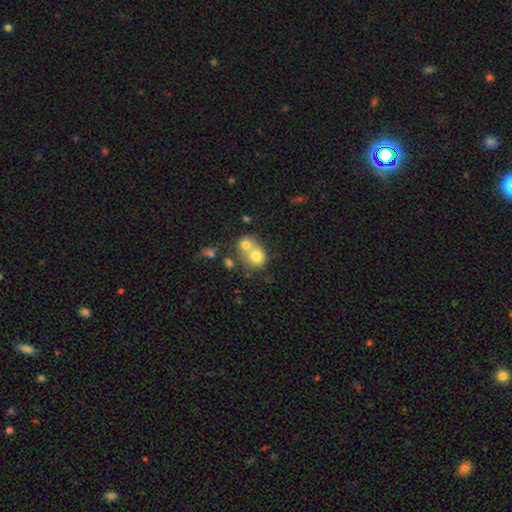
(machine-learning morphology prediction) Overall: smooth (73%). How rounded: round (72%). Merging: merger (66%).